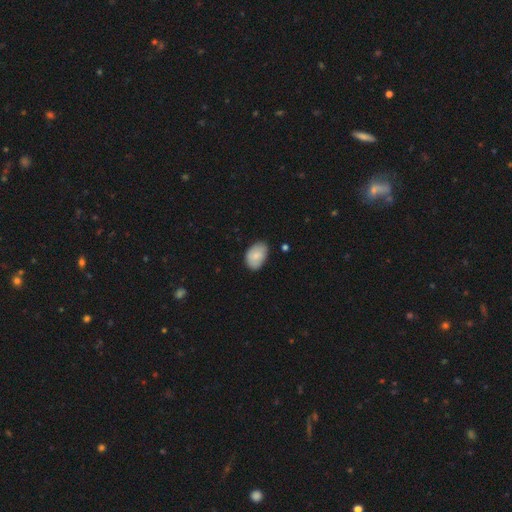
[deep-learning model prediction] Overall: smooth (80%). How rounded: in between (86%). Merging: none (72%).